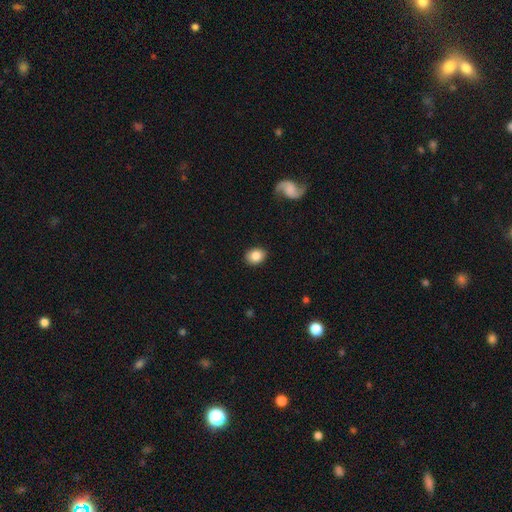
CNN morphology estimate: Smooth or featured?
  - smooth: 84% *
  - star or artifact: 8%
  - featured or disk: 7%
How rounded?
  - in between: 57% *
  - round: 42%
  - cigar-shaped: 1%
Merging?
  - none: 89% *
  - minor disturbance: 8%
  - major disturbance: 2%
  - merger: 1%